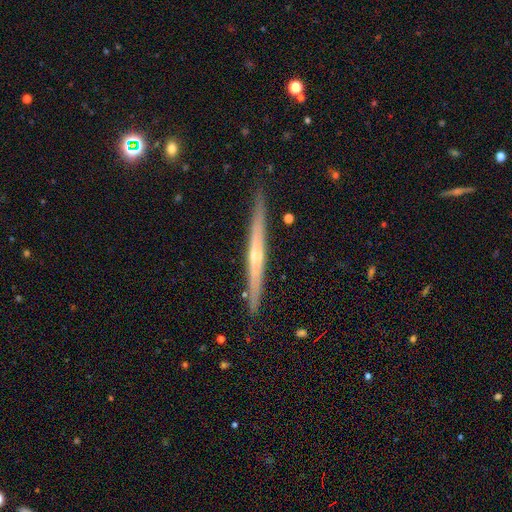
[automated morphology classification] smooth_or_featured: featured or disk (p=0.73) [alt: smooth p=0.21]
disk_edge_on: yes (p=0.97) [alt: no p=0.03]
edge_on_bulge: rounded (p=0.69) [alt: none p=0.27]
merging: none (p=0.88) [alt: minor disturbance p=0.09]